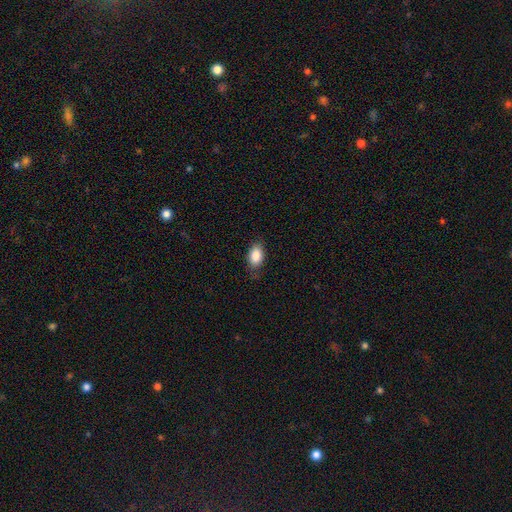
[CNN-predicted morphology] A smooth galaxy with no disk features (87%) that is in between round and cigar-shaped (90%). Merging: none (78%).